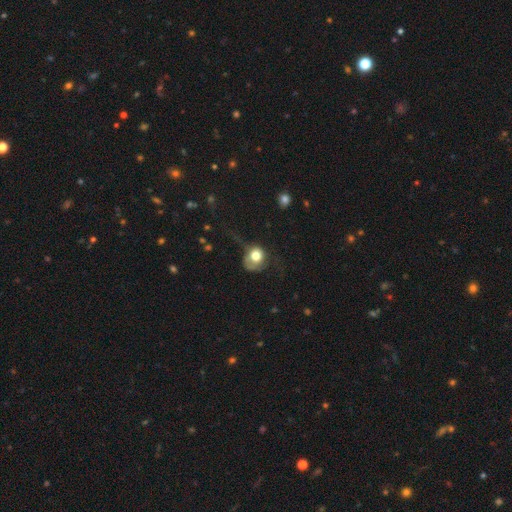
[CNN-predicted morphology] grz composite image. It shows a smooth galaxy with no disk features (68%) that is round (75%). Merging: major disturbance (45%).